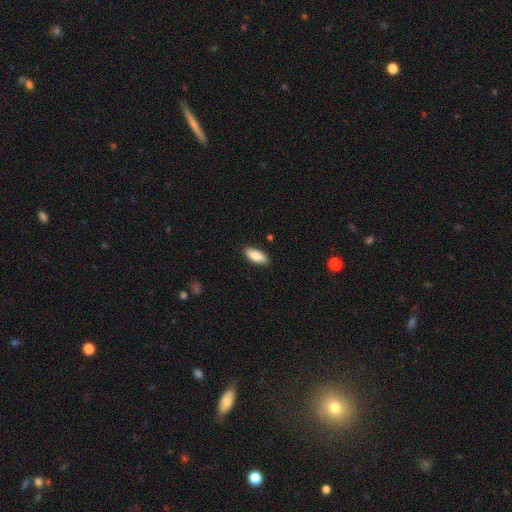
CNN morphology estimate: Q: Smooth or featured?
A: smooth (85%); runner-up: featured or disk (9%)
Q: How rounded?
A: in between (87%); runner-up: cigar-shaped (11%)
Q: Merging?
A: none (88%); runner-up: minor disturbance (9%)